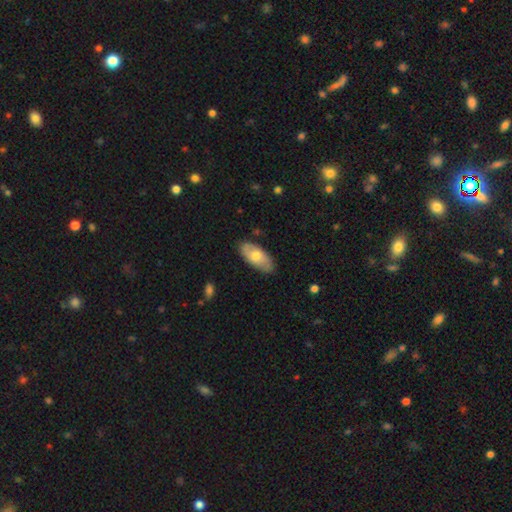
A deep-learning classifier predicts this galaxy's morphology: Smooth or featured? Predicted: smooth (p=0.61). How rounded? Predicted: in between (p=0.90). Merging? Predicted: none (p=0.82).